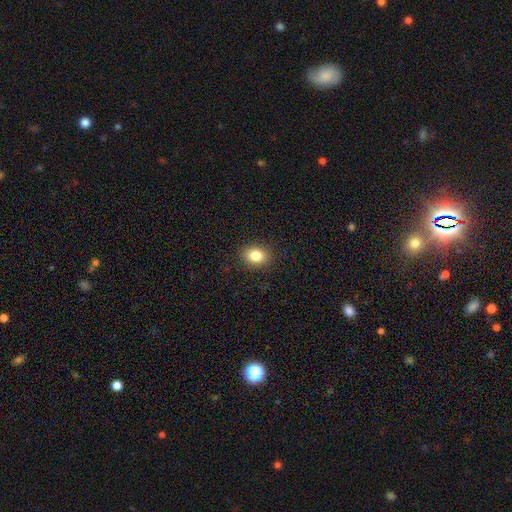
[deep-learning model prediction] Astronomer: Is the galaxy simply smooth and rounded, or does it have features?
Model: smooth — 82%.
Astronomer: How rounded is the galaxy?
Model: in between — 55% (runner-up: round, 44%).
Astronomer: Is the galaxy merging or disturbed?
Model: none — 89%.